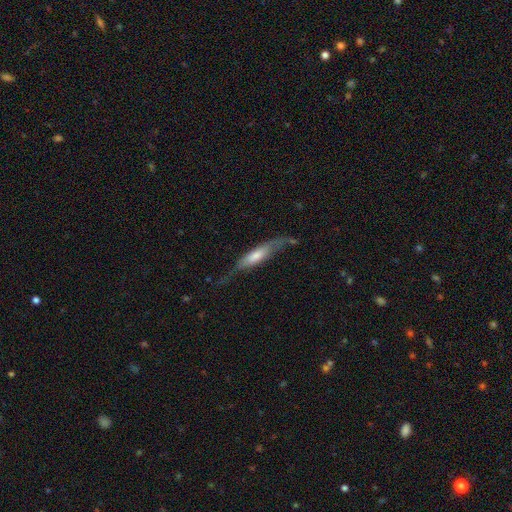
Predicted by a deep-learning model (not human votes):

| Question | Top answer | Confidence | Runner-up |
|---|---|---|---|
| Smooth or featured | featured or disk | 53% | smooth (40%) |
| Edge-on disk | yes | 65% | no (35%) |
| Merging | none | 49% | minor disturbance (28%) |